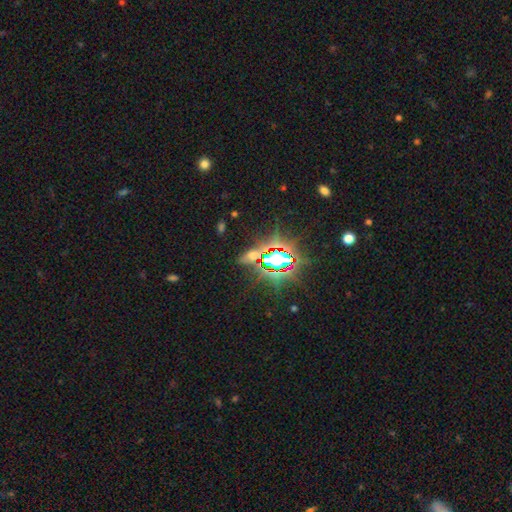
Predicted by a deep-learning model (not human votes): This appears to be a star or artifact, not a galaxy (75%).